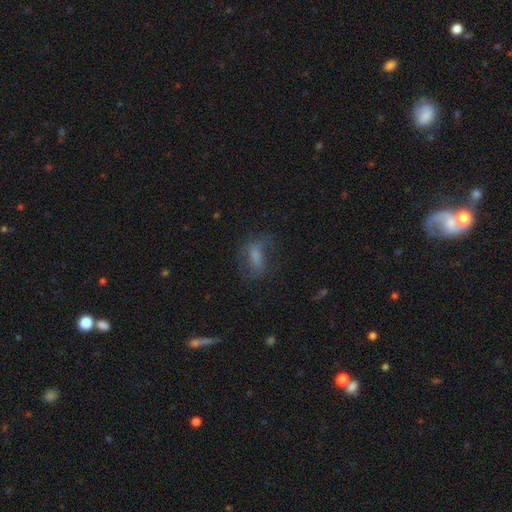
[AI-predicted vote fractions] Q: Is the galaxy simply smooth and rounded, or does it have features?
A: smooth — 52%.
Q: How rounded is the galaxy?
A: in between — 72%.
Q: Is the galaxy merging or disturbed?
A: none — 52%.